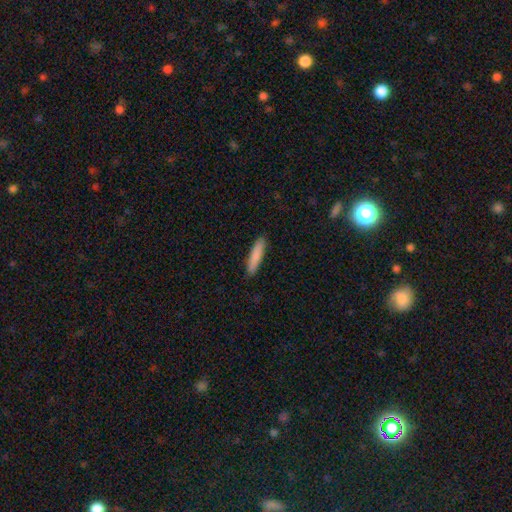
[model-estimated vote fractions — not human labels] Q: Smooth or featured?
A: smooth (86%); runner-up: featured or disk (9%)
Q: How rounded?
A: cigar-shaped (85%); runner-up: in between (14%)
Q: Merging?
A: none (90%); runner-up: minor disturbance (8%)